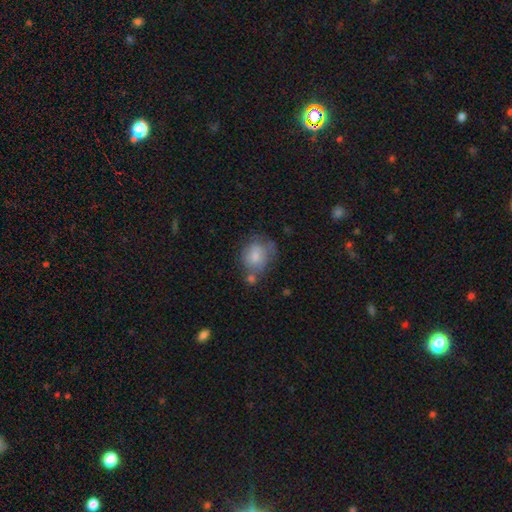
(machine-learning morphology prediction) Smooth or featured: smooth — 74% (featured or disk — 18%)
How rounded: round — 53% (in between — 46%)
Merging: none — 42% (minor disturbance — 27%)